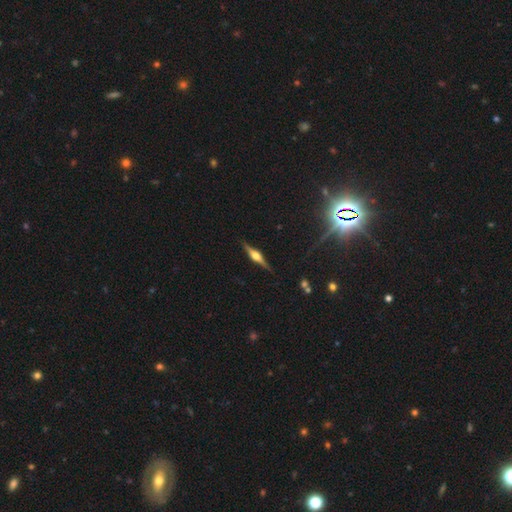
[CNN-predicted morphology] Overall: featured or disk (79%). Edge-on disk: yes (98%). Edge-on bulge: rounded (92%). Merging: none (89%).